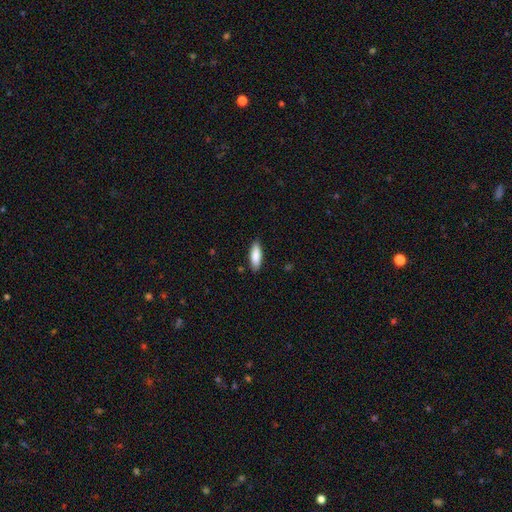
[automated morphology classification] smooth_or_featured: smooth (p=0.86) [alt: featured or disk p=0.08]
how_rounded: in between (p=0.61) [alt: cigar-shaped p=0.38]
merging: none (p=0.88) [alt: minor disturbance p=0.09]